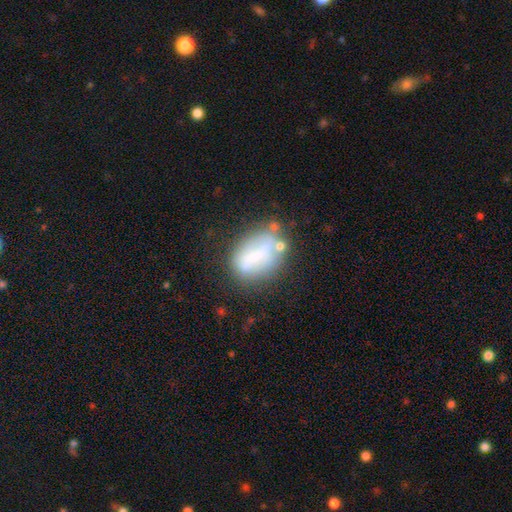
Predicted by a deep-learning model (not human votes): featured or disk 45%, smooth 44%, star or artifact 11%. Down the decision tree: merging — none (49%).